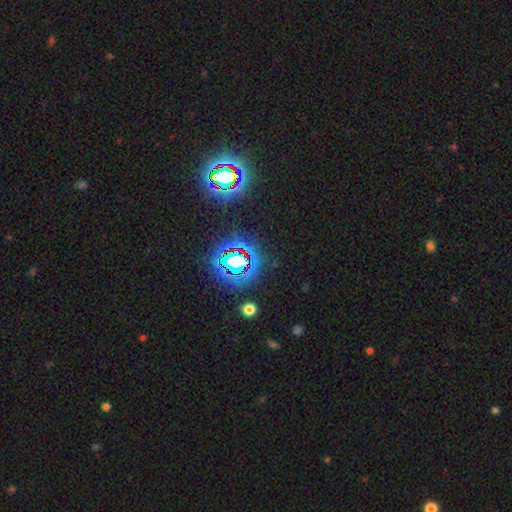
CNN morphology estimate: type=star or artifact (81%).